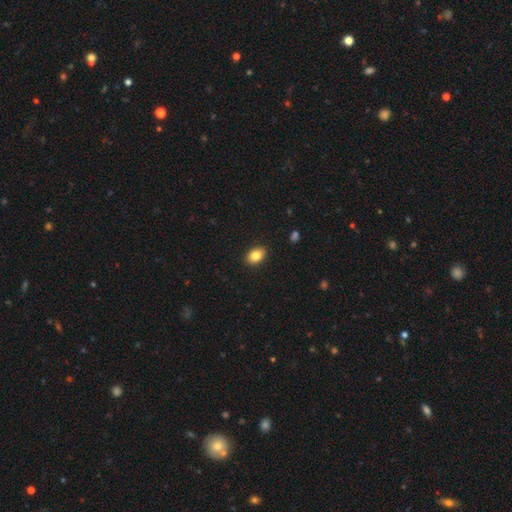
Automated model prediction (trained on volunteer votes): Overall: smooth (84%). How rounded: in between (82%). Merging: none (89%).